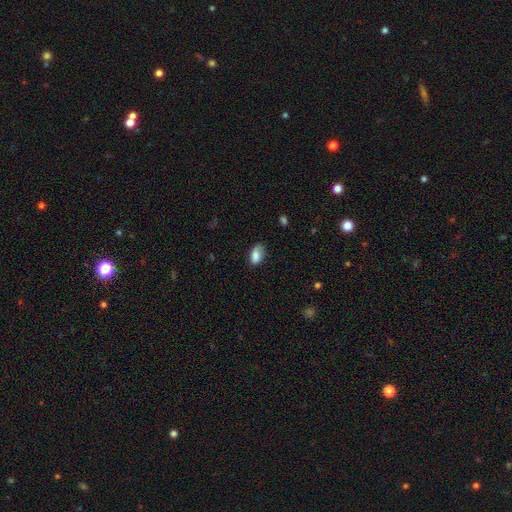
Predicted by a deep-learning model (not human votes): Morphology: type=smooth (85%); roundness=in between (92%); merging=none (65%).